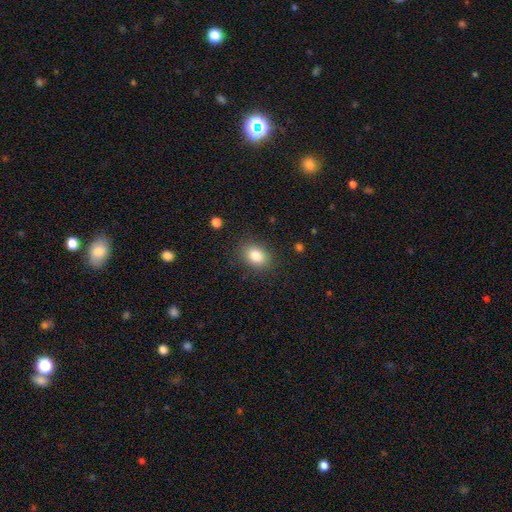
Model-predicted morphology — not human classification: Smooth or featured: smooth — 83% (star or artifact — 9%)
How rounded: in between — 71% (round — 28%)
Merging: none — 86% (minor disturbance — 10%)